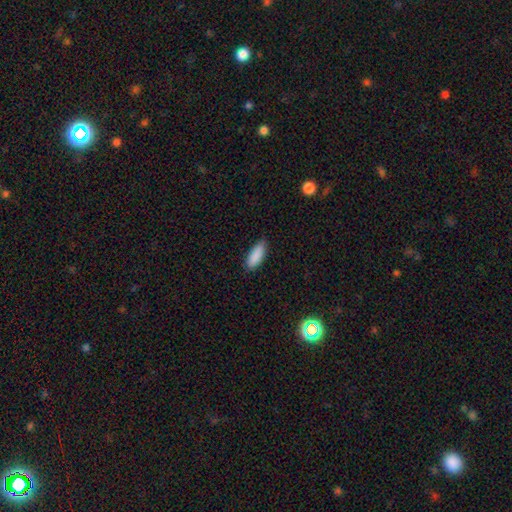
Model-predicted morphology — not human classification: Smooth or featured? Predicted: smooth (p=0.89). How rounded? Predicted: in between (p=0.70). Merging? Predicted: none (p=0.82).